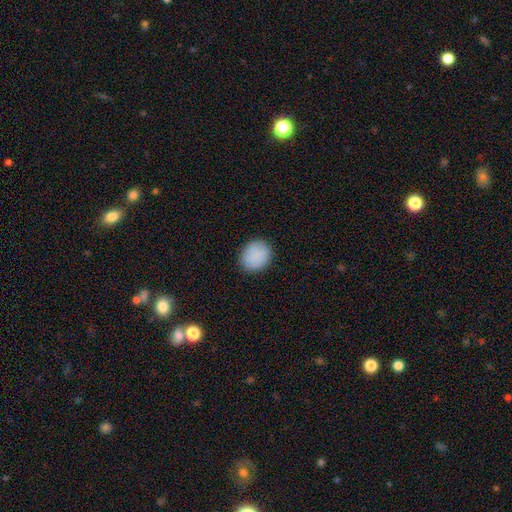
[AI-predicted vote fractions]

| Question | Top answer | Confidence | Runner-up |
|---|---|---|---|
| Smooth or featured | smooth | 88% | star or artifact (7%) |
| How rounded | round | 70% | in between (30%) |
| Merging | none | 88% | minor disturbance (9%) |